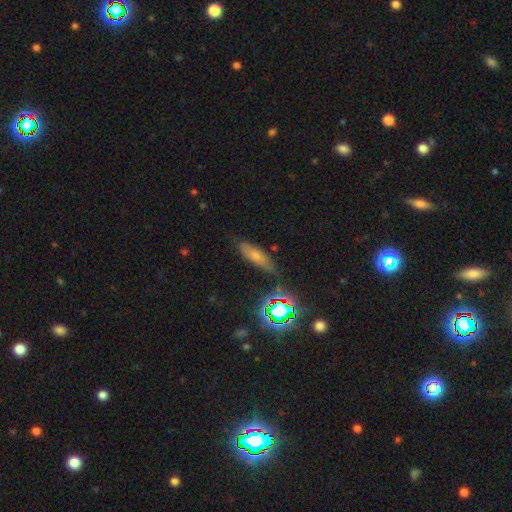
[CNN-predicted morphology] Overall: smooth (60%; featured or disk 21%). How rounded: in between (51%; cigar-shaped 45%). Merging: none (71%).